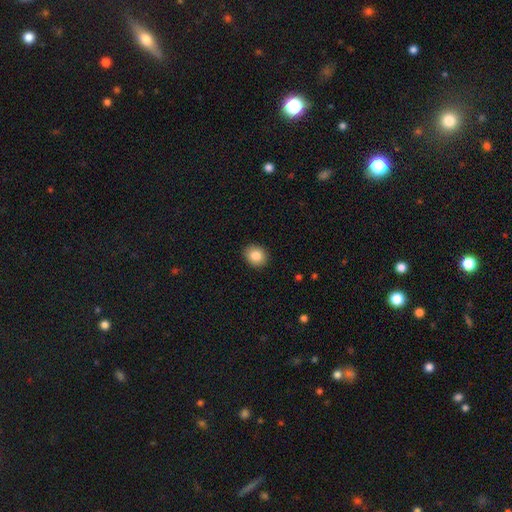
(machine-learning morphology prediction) Q: Smooth or featured?
A: smooth (85%); runner-up: star or artifact (8%)
Q: How rounded?
A: round (63%); runner-up: in between (36%)
Q: Merging?
A: none (90%); runner-up: minor disturbance (7%)